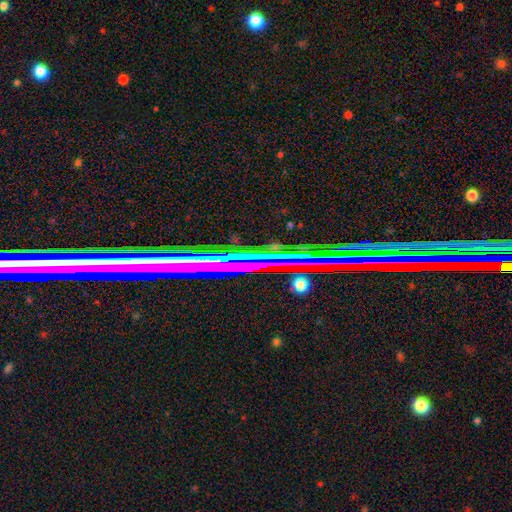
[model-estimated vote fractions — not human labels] A star or artifact, not a galaxy (64%).